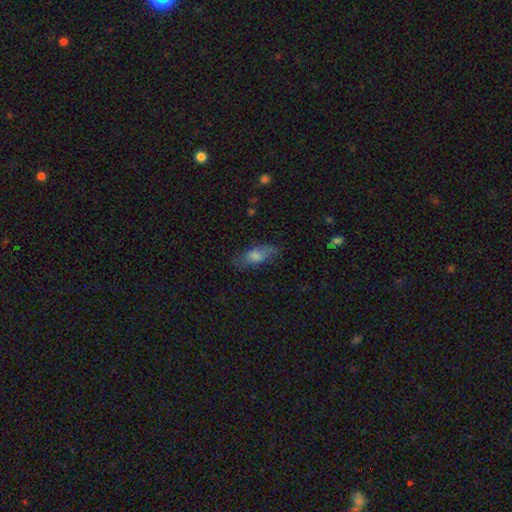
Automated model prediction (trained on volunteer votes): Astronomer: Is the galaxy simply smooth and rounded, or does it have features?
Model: smooth — 68%.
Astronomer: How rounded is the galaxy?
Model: in between — 70%.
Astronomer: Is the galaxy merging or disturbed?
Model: none — 67%.